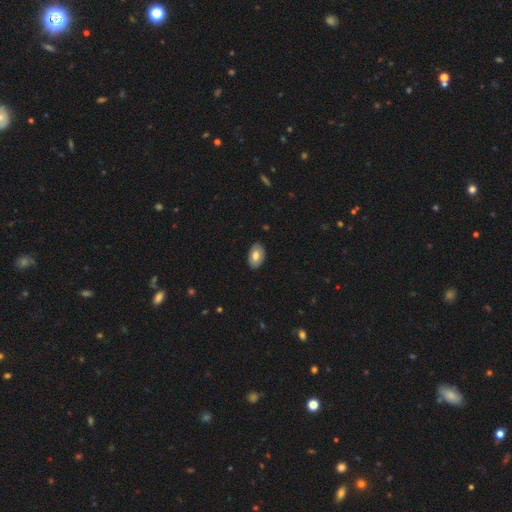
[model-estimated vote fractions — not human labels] A smooth galaxy with no disk features (74%) that is in between round and cigar-shaped (92%).

Vote fractions:
- Smooth or featured? smooth: 74% / featured or disk: 20% / star or artifact: 6%
- How rounded? in between: 92% / round: 7% / cigar-shaped: 1%
- Merging? none: 87% / minor disturbance: 10% / major disturbance: 2% / merger: 1%